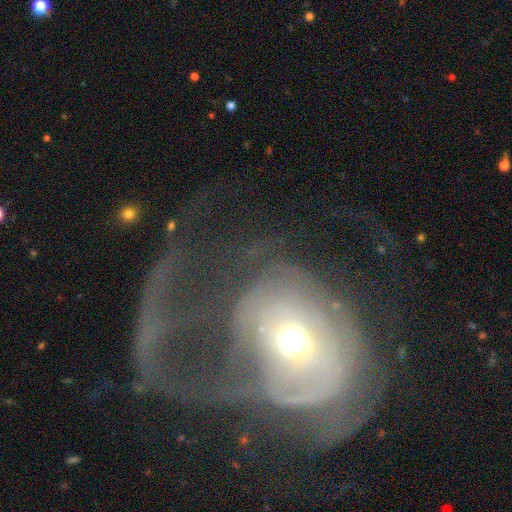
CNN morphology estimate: featured or disk 66%, smooth 23%, star or artifact 12%. Down the decision tree: edge-on disk — no (96%); bar — no (79%); spiral arms — no (51%); bulge size — moderate (68%); merging — major disturbance (68%).